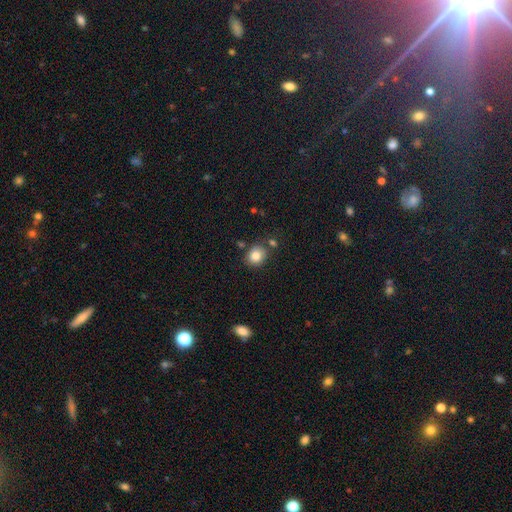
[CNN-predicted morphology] Smooth or featured?
  - smooth: 82% *
  - star or artifact: 10%
  - featured or disk: 8%
How rounded?
  - round: 65% *
  - in between: 35%
  - cigar-shaped: 1%
Merging?
  - none: 75% *
  - minor disturbance: 12%
  - merger: 9%
  - major disturbance: 3%